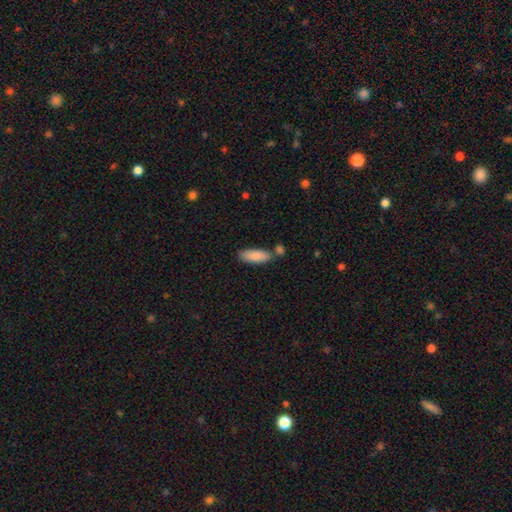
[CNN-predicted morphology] Smooth or featured?
  - smooth: 85% *
  - featured or disk: 9%
  - star or artifact: 6%
How rounded?
  - in between: 69% *
  - cigar-shaped: 29%
  - round: 2%
Merging?
  - none: 67% *
  - merger: 16%
  - minor disturbance: 14%
  - major disturbance: 3%